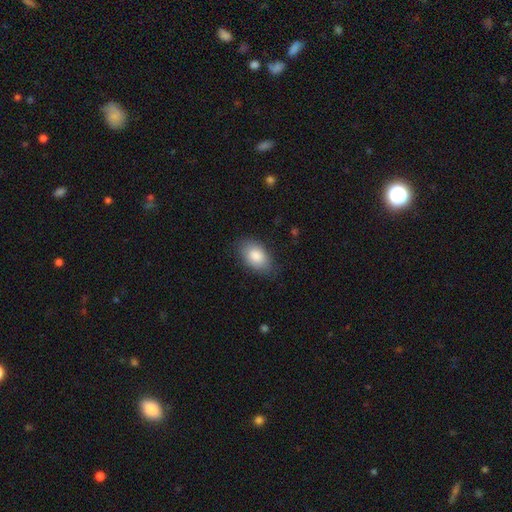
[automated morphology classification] Overall: smooth (86%). How rounded: in between (91%). Merging: none (79%).